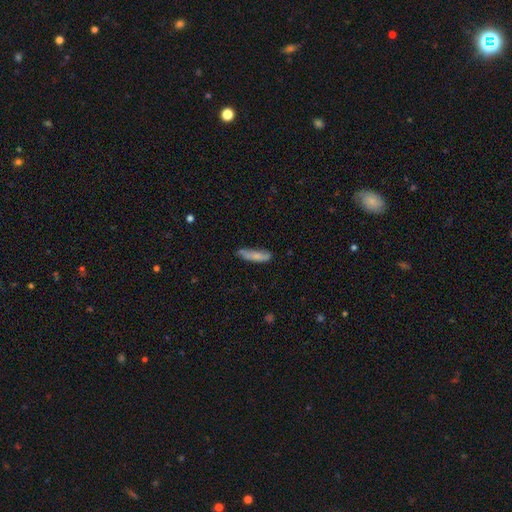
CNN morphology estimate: Smooth or featured?
  - smooth: 73% *
  - featured or disk: 20%
  - star or artifact: 6%
How rounded?
  - cigar-shaped: 70% *
  - in between: 28%
  - round: 2%
Merging?
  - none: 62% *
  - minor disturbance: 28%
  - major disturbance: 7%
  - merger: 4%